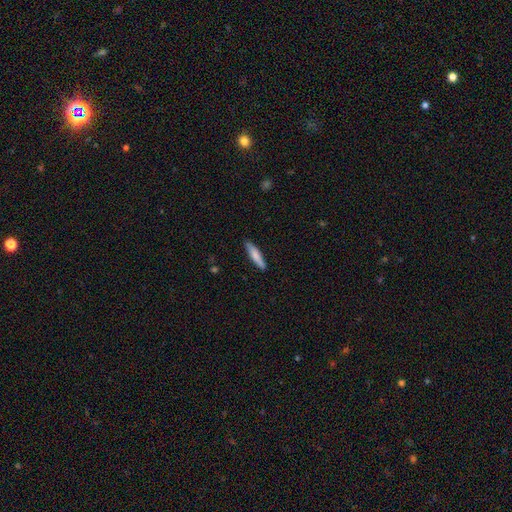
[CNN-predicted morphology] smooth_or_featured: smooth (p=0.73) [alt: featured or disk p=0.22]
how_rounded: cigar-shaped (p=0.86) [alt: in between p=0.13]
merging: none (p=0.88) [alt: minor disturbance p=0.09]